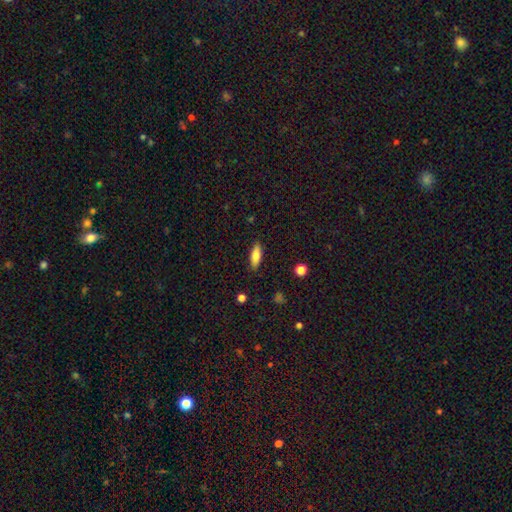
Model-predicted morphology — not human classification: Smooth or featured: smooth — 81% (featured or disk — 12%)
How rounded: in between — 63% (cigar-shaped — 35%)
Merging: none — 87% (minor disturbance — 9%)